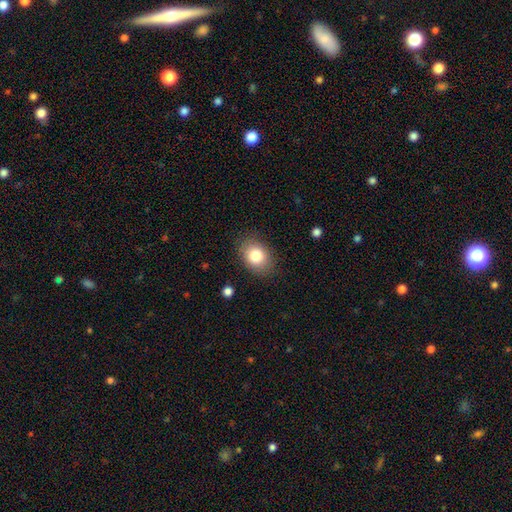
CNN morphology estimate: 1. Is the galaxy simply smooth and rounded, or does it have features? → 82% smooth, 10% featured or disk, 8% star or artifact.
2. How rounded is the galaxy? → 69% in between, 30% round, 1% cigar-shaped.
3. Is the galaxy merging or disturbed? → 84% none, 12% minor disturbance, 3% major disturbance, 1% merger.